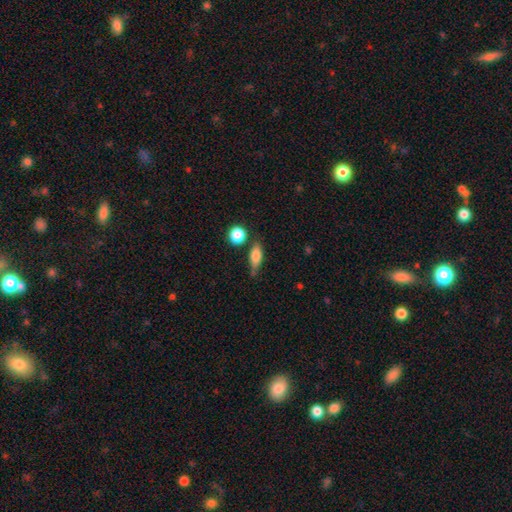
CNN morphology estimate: smooth 77%, featured or disk 15%, star or artifact 8%. Down the decision tree: how rounded — in between (68%); merging — none (62%).